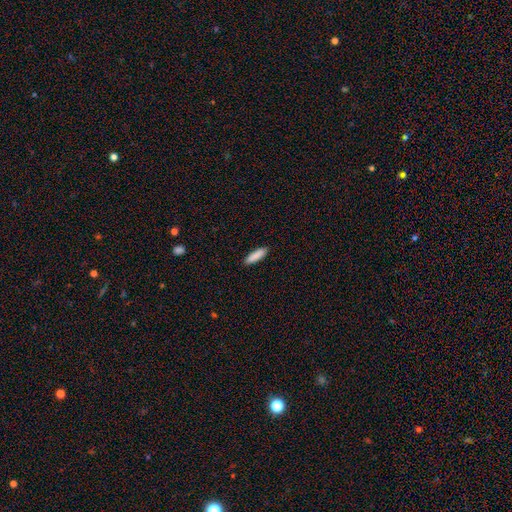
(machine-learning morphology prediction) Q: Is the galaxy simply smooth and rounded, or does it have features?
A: smooth — 88%.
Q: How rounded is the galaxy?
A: cigar-shaped — 68%.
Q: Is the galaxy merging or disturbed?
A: none — 90%.